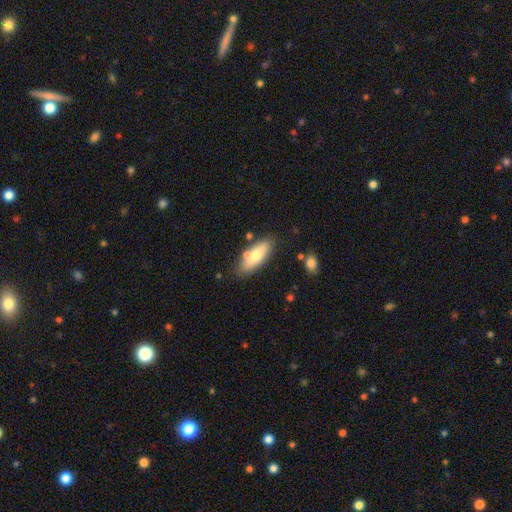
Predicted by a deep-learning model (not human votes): A smooth galaxy with no disk features (69%) that is in between round and cigar-shaped (68%).

Vote fractions:
- Smooth or featured? smooth: 69% / featured or disk: 24% / star or artifact: 6%
- How rounded? in between: 68% / cigar-shaped: 30% / round: 2%
- Merging? none: 74% / minor disturbance: 15% / merger: 8% / major disturbance: 3%